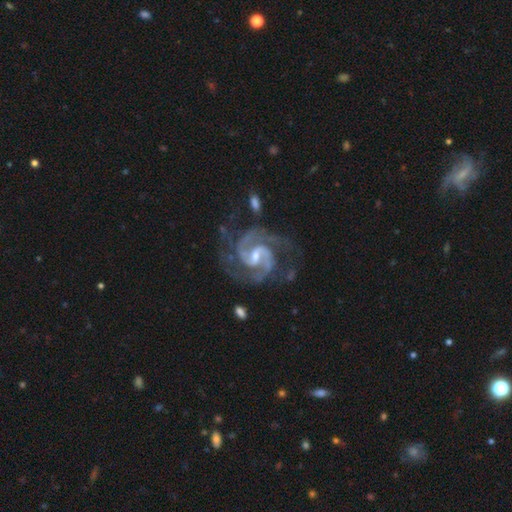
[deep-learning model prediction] Smooth or featured?
  - featured or disk: 94% *
  - star or artifact: 4%
  - smooth: 2%
Edge-on disk?
  - no: 98% *
  - yes: 2%
Bar?
  - weak: 56% *
  - strong: 23%
  - no: 21%
Spiral arms?
  - yes: 99% *
  - no: 1%
Spiral winding?
  - medium: 58% *
  - tight: 32%
  - loose: 10%
Spiral arm count?
  - 2: 78% *
  - 3: 11%
  - can't tell: 4%
  - 4: 3%
  - 1: 2%
  - more than 4: 2%
Bulge size?
  - small: 50% *
  - moderate: 44%
  - none: 3%
  - large: 2%
  - dominant: 1%
Merging?
  - none: 64% *
  - minor disturbance: 20%
  - major disturbance: 13%
  - merger: 3%